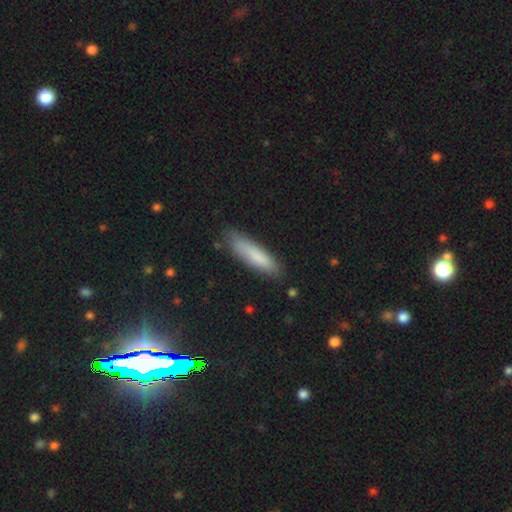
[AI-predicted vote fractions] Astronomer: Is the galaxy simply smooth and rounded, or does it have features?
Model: smooth — 81%.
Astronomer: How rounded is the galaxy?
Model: cigar-shaped — 75%.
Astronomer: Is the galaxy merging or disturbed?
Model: none — 83%.